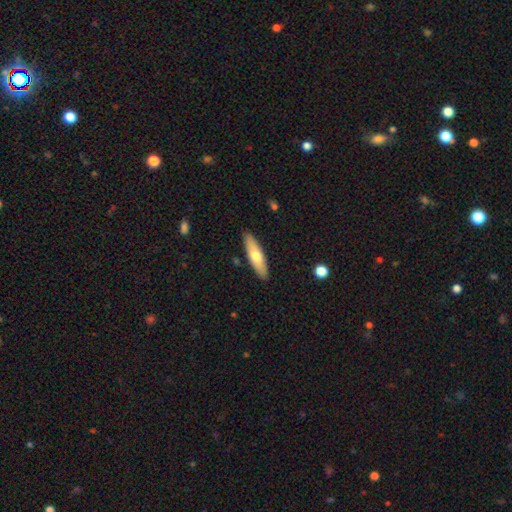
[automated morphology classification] smooth_or_featured: smooth (p=0.62) [alt: featured or disk p=0.33]
how_rounded: cigar-shaped (p=0.63) [alt: in between p=0.35]
merging: none (p=0.89) [alt: minor disturbance p=0.08]